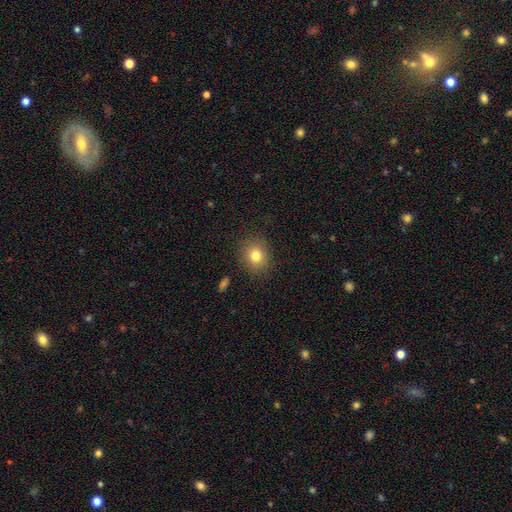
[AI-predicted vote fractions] This is likely a smooth galaxy (80%). How rounded: likely round (71%). Merging: clearly none (85%).